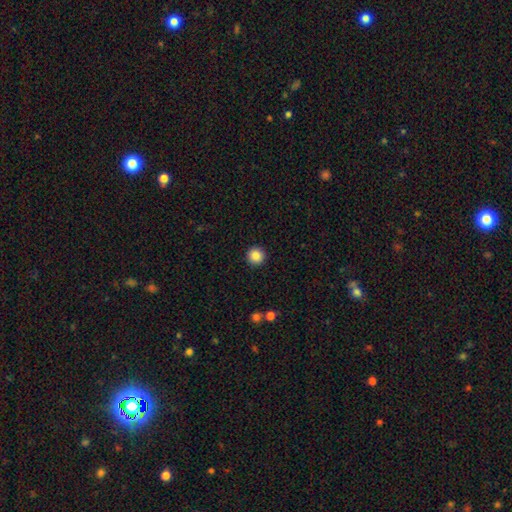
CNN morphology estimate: Smooth or featured?
  - smooth: 86% *
  - star or artifact: 10%
  - featured or disk: 4%
How rounded?
  - round: 96% *
  - in between: 3%
  - cigar-shaped: 1%
Merging?
  - none: 93% *
  - minor disturbance: 4%
  - major disturbance: 2%
  - merger: 1%